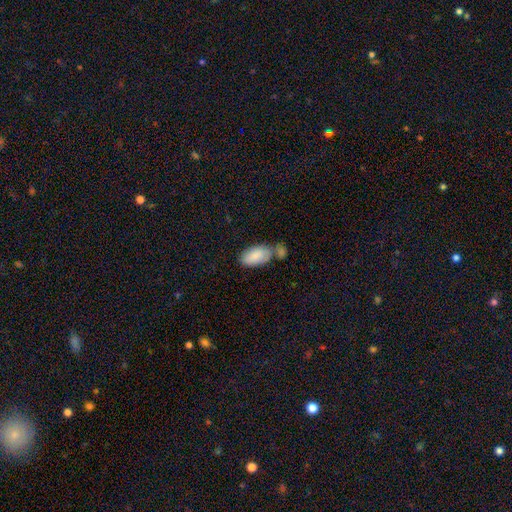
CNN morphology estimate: Smooth or featured? smooth (85%)
How rounded? in between (95%)
Merging? none (43%)